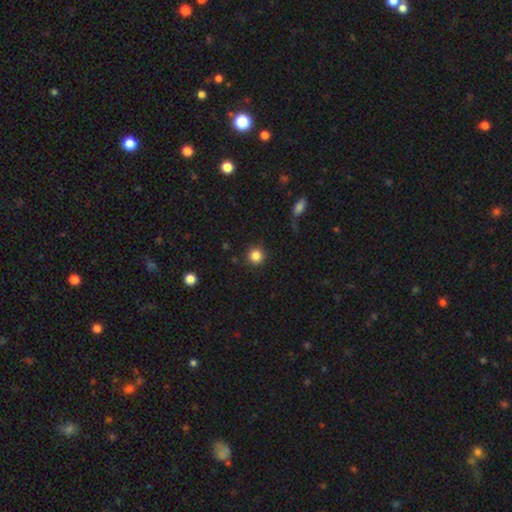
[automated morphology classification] Smooth or featured?
  - smooth: 85% *
  - star or artifact: 11%
  - featured or disk: 4%
How rounded?
  - round: 94% *
  - in between: 5%
  - cigar-shaped: 1%
Merging?
  - none: 88% *
  - minor disturbance: 7%
  - major disturbance: 3%
  - merger: 2%